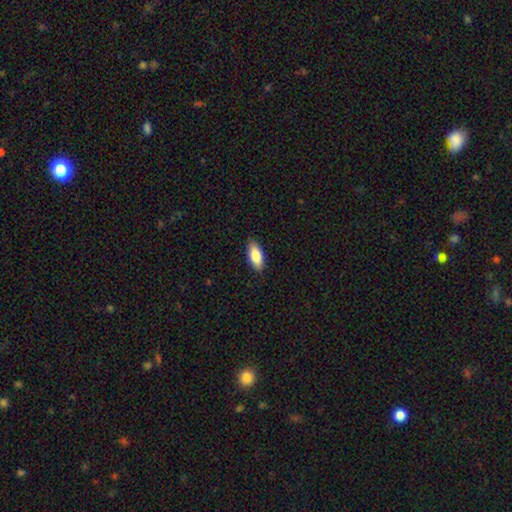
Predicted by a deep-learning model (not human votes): The model was most divided on "how rounded": in between: 84%, cigar-shaped: 13%, round: 2%. More confident: merging — none (88%); smooth or featured — smooth (82%).